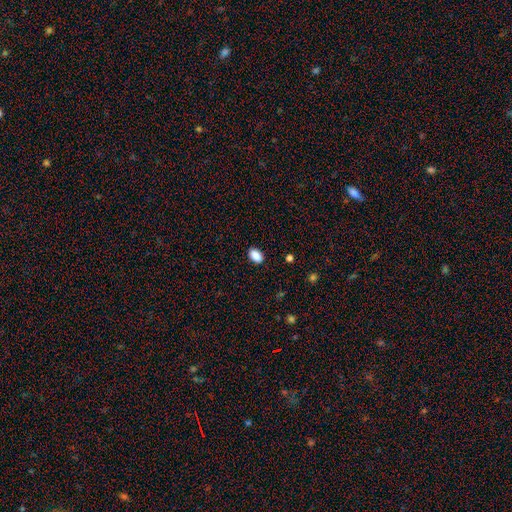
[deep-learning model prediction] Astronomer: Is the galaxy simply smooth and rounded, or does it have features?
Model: smooth — 88%.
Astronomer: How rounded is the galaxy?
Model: in between — 88%.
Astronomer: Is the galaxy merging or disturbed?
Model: none — 88%.